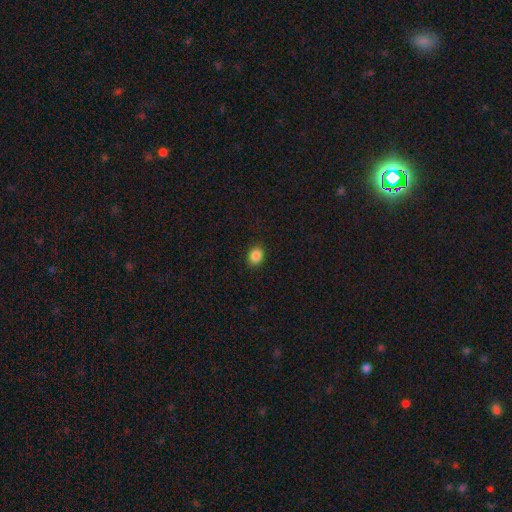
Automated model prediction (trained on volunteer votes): The model was most divided on "how rounded": in between: 58%, round: 41%, cigar-shaped: 1%. More confident: merging — none (90%); smooth or featured — smooth (87%).